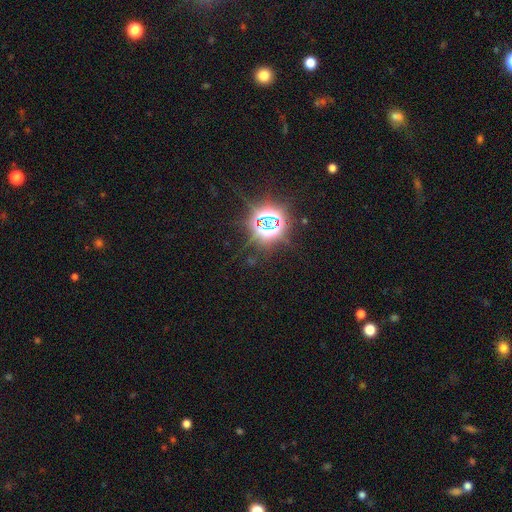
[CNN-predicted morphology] Overall: star or artifact (82%).